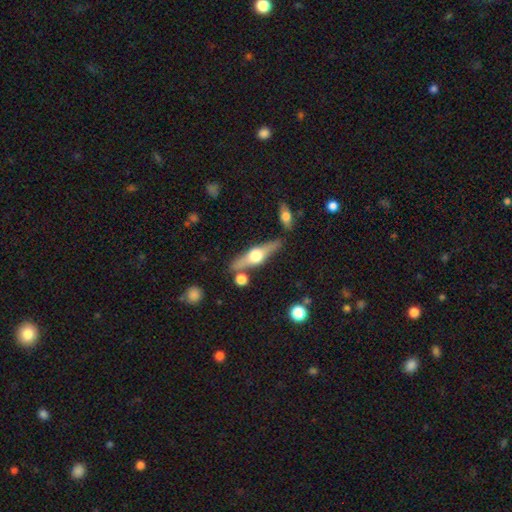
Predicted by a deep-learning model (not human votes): A featured or disk galaxy (70%) viewed edge-on (96%) with a rounded central bulge (95%). Merging: none (80%).